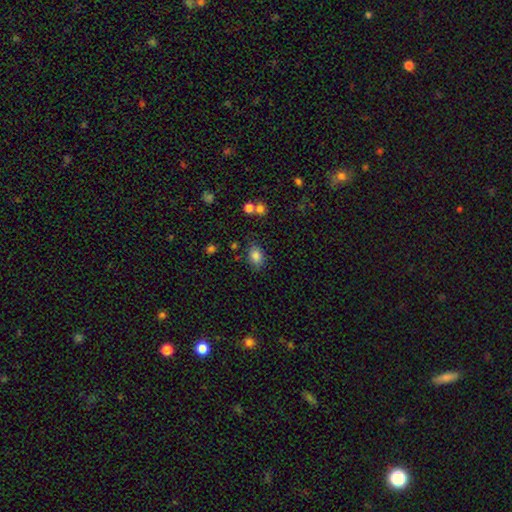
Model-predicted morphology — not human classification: Smooth or featured: smooth — 83% (star or artifact — 11%)
How rounded: in between — 73% (round — 26%)
Merging: none — 77% (minor disturbance — 15%)